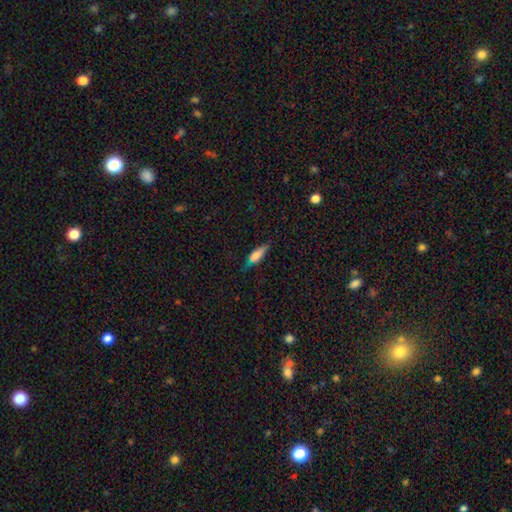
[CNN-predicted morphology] Smooth or featured: smooth — 72% (featured or disk — 20%)
How rounded: in between — 57% (cigar-shaped — 40%)
Merging: none — 63% (minor disturbance — 27%)